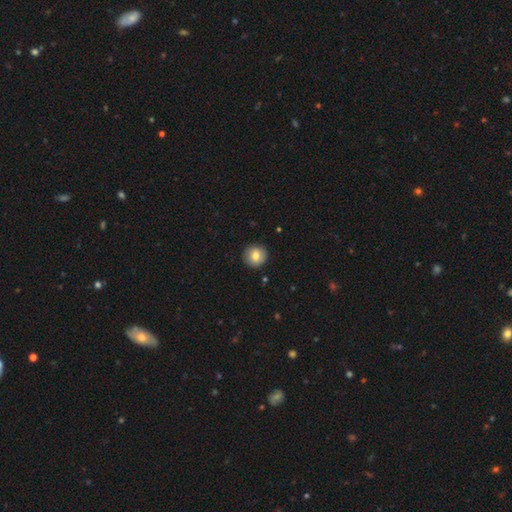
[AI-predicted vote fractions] Q: Smooth or featured?
A: smooth (78%); runner-up: featured or disk (14%)
Q: How rounded?
A: round (94%); runner-up: in between (5%)
Q: Merging?
A: none (91%); runner-up: minor disturbance (6%)